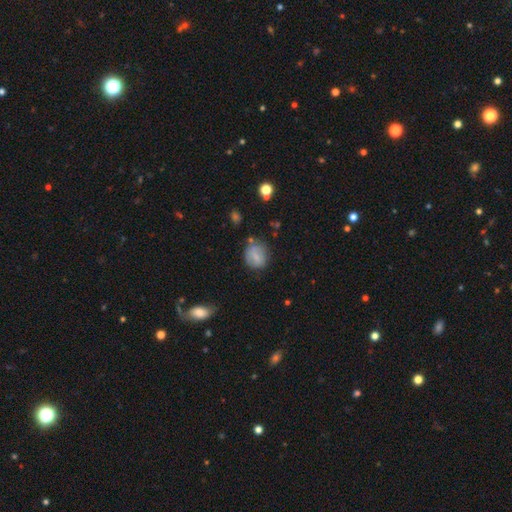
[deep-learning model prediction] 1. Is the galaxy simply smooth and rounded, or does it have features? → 71% smooth, 20% featured or disk, 10% star or artifact.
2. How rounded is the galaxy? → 65% round, 34% in between, 1% cigar-shaped.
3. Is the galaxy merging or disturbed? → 68% none, 21% minor disturbance, 7% major disturbance, 5% merger.